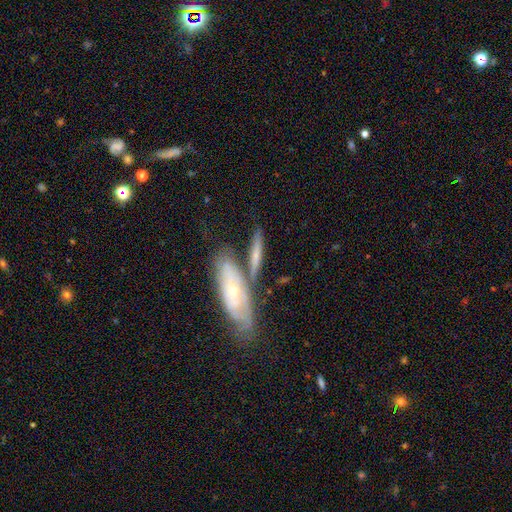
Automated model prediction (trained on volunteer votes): Smooth or featured? featured or disk (48%)
Merging? none (50%)